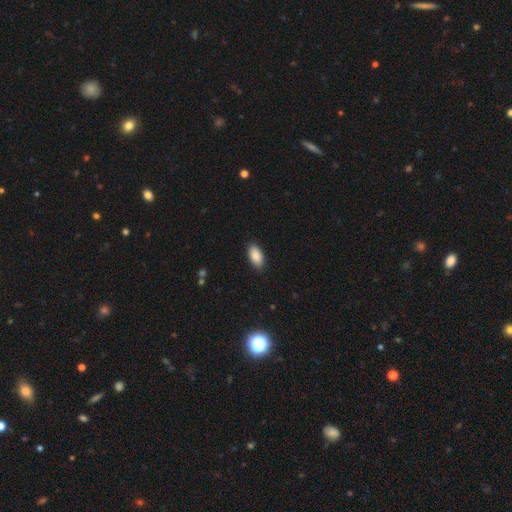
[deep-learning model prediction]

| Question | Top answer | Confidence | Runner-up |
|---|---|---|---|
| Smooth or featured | smooth | 88% | star or artifact (7%) |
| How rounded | in between | 93% | cigar-shaped (4%) |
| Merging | none | 88% | minor disturbance (9%) |